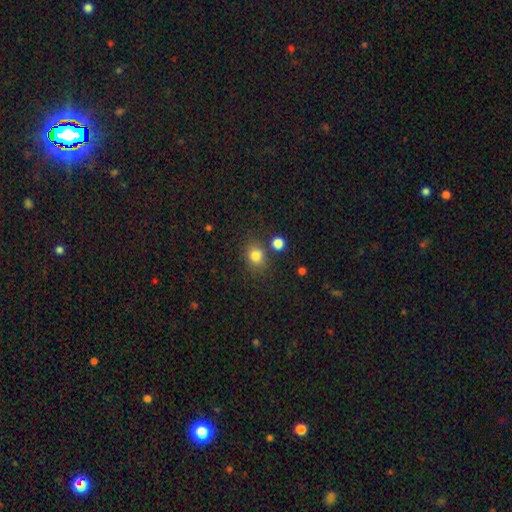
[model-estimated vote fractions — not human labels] Smooth or featured: smooth — 82% (star or artifact — 13%)
How rounded: round — 69% (in between — 30%)
Merging: none — 74% (minor disturbance — 12%)